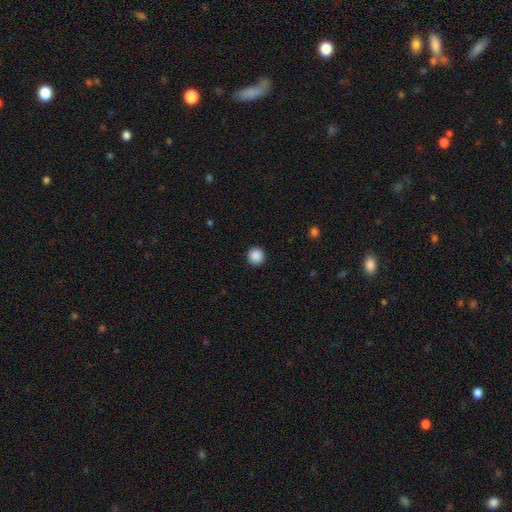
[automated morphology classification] smooth_or_featured: smooth (p=0.89) [alt: star or artifact p=0.09]
how_rounded: round (p=0.96) [alt: in between p=0.03]
merging: none (p=0.93) [alt: minor disturbance p=0.04]